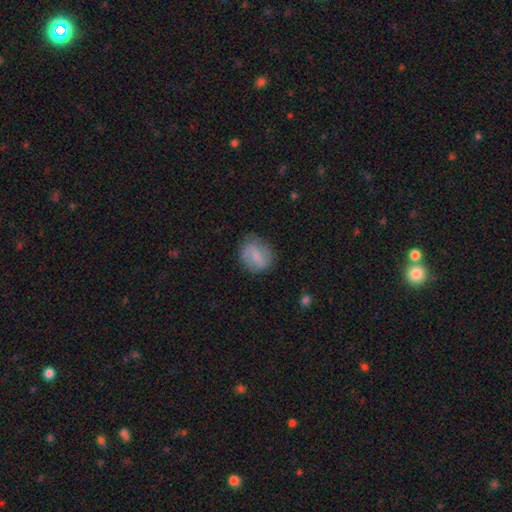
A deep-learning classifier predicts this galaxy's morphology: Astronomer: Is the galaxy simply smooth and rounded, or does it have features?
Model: smooth — 68%.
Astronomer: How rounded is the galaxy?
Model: round — 54% (runner-up: in between, 44%).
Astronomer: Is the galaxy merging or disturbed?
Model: none — 72%.